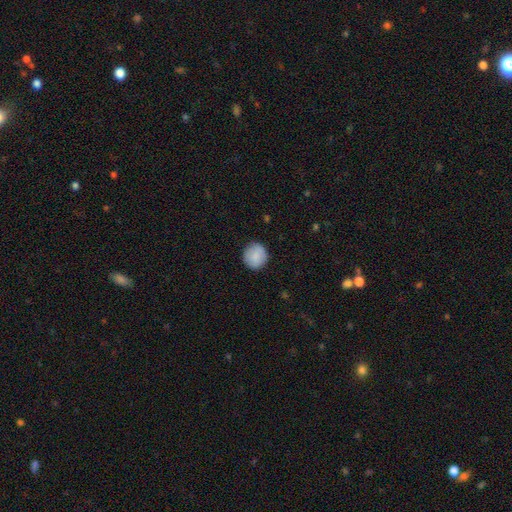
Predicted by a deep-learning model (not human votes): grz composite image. It shows a smooth galaxy with no disk features (86%) that is round (92%). Merging: none (89%).